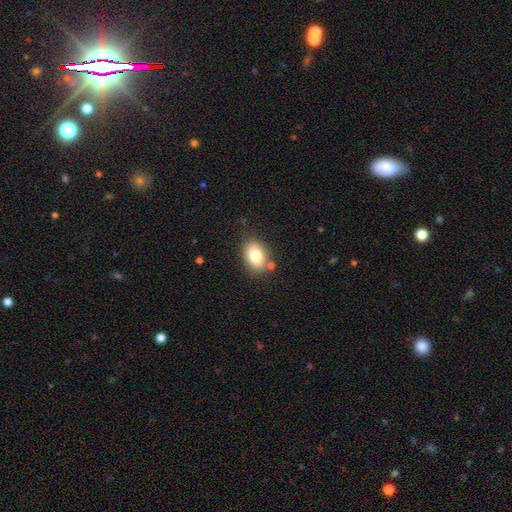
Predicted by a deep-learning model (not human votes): Overall: smooth (80%). How rounded: in between (81%). Merging: none (78%).